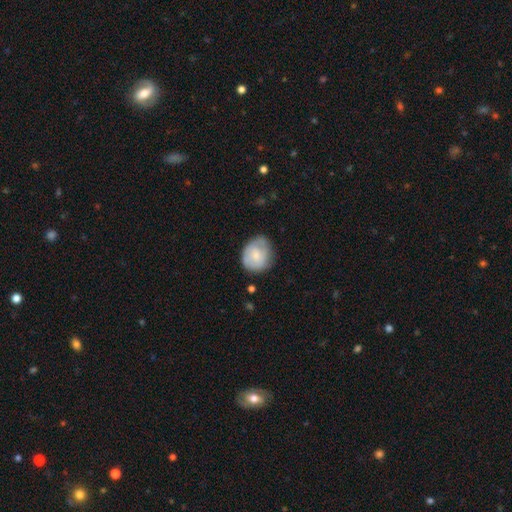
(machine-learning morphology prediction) Smooth or featured? Predicted: smooth (p=0.65). How rounded? Predicted: round (p=0.63). Merging? Predicted: none (p=0.65).